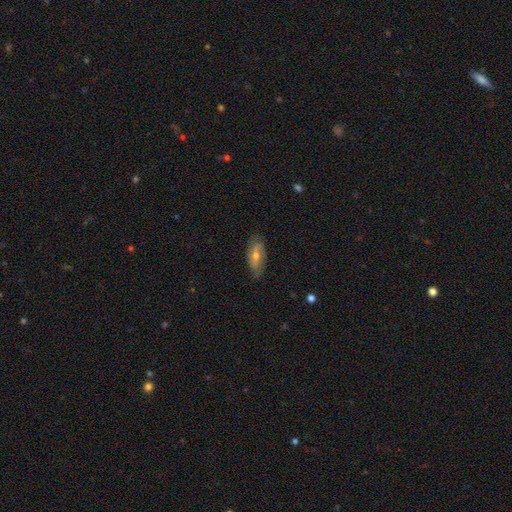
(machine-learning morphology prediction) type=featured or disk (55%); edge-on=no (80%); merging=none (78%).